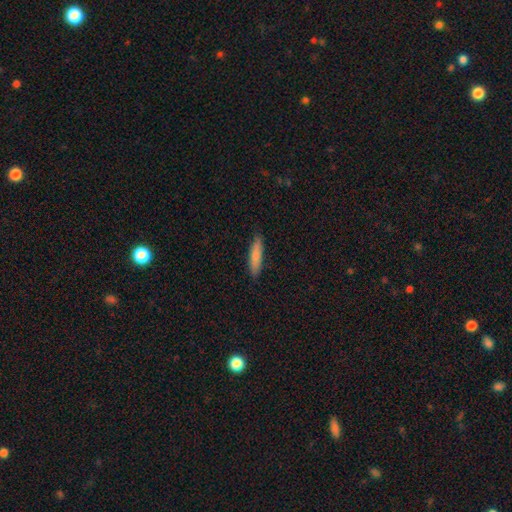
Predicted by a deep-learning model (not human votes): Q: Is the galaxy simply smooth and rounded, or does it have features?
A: smooth — 81%.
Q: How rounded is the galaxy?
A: cigar-shaped — 83%.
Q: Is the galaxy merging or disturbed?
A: none — 87%.